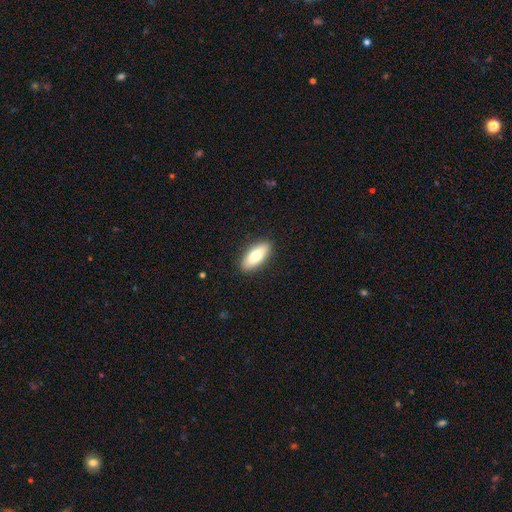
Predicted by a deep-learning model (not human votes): Smooth or featured: smooth — 75% (featured or disk — 19%)
How rounded: in between — 81% (cigar-shaped — 17%)
Merging: none — 90% (minor disturbance — 8%)